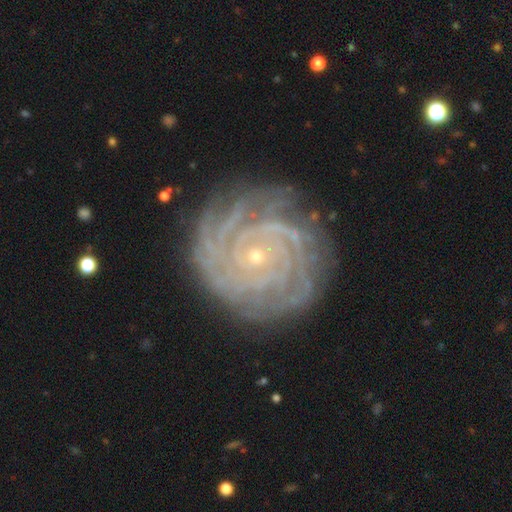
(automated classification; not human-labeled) Smooth or featured? Predicted: featured or disk (p=0.89). Edge-on disk? Predicted: no (p=0.97). Bar? Predicted: no (p=0.75). Spiral arms? Predicted: yes (p=0.98). Spiral winding? Predicted: tight (p=0.86). Spiral arm count? Predicted: 4 (p=0.23). Bulge size? Predicted: small (p=0.86). Merging? Predicted: none (p=0.82).